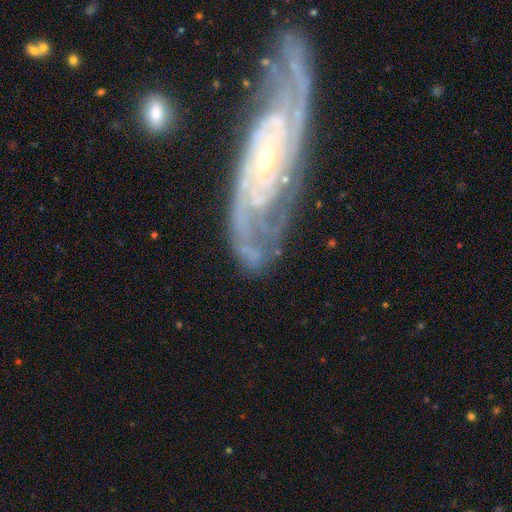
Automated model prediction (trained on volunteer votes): This appears to be a featured or disk galaxy (85%) with no bar (50%), tight (68%) spiral arms (96%) and a small central bulge (68%). Merging: none (67%).